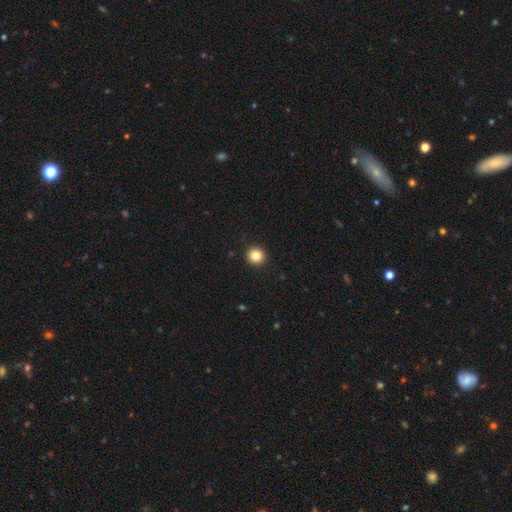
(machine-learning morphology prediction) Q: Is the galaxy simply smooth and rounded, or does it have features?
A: smooth — 84%.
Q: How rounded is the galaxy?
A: round — 93%.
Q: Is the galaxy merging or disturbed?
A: none — 93%.